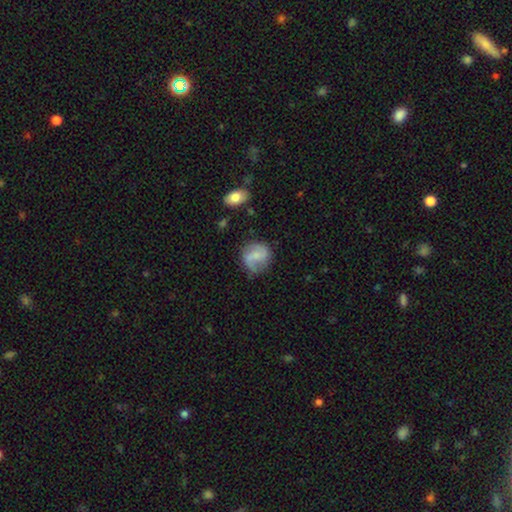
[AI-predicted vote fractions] smooth_or_featured: featured or disk (p=0.50) [alt: smooth p=0.43]
merging: none (p=0.64) [alt: minor disturbance p=0.23]